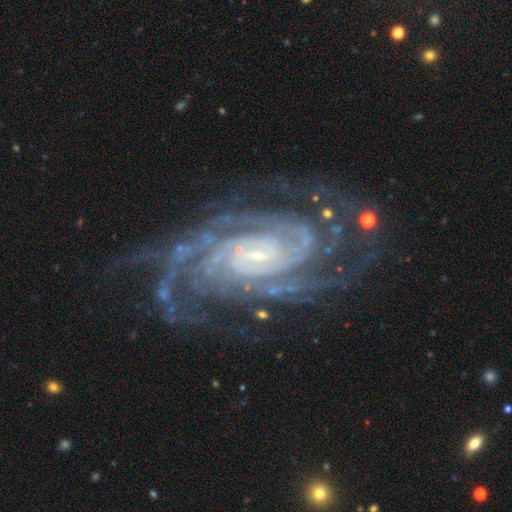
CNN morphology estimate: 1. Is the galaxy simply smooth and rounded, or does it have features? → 93% featured or disk, 5% star or artifact, 3% smooth.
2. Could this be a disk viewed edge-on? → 97% no, 3% yes.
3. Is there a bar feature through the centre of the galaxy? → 55% no, 29% weak, 16% strong.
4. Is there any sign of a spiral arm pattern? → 99% yes, 1% no.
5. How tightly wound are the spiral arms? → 75% tight, 21% medium, 3% loose.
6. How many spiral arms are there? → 28% 2, 20% 4, 18% 3, 14% can't tell, 13% more than 4, 8% 1.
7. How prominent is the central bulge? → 79% small, 14% moderate, 5% none, 2% large, 1% dominant.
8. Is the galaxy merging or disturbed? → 73% none, 17% minor disturbance, 8% major disturbance, 2% merger.